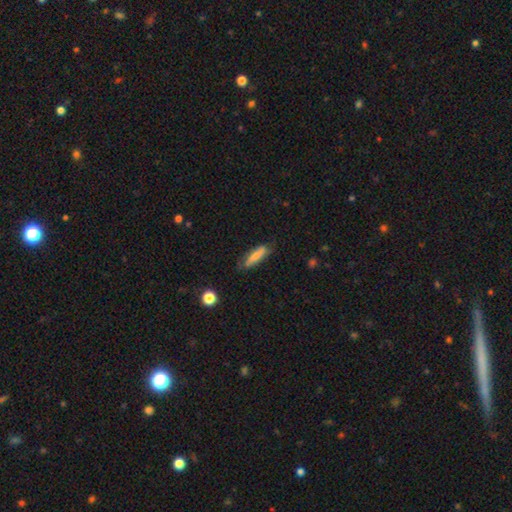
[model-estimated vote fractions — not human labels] Q: Smooth or featured?
A: smooth (66%); runner-up: featured or disk (27%)
Q: How rounded?
A: cigar-shaped (63%); runner-up: in between (35%)
Q: Merging?
A: none (69%); runner-up: minor disturbance (23%)